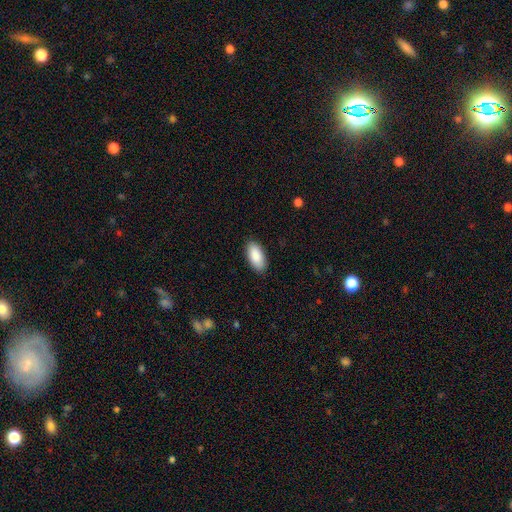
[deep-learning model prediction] smooth-or-featured: smooth: 90% | star or artifact: 6% | featured or disk: 4%
  how-rounded: in between: 93% | cigar-shaped: 5% | round: 2%
  merging: none: 89% | minor disturbance: 8% | major disturbance: 2% | merger: 1%